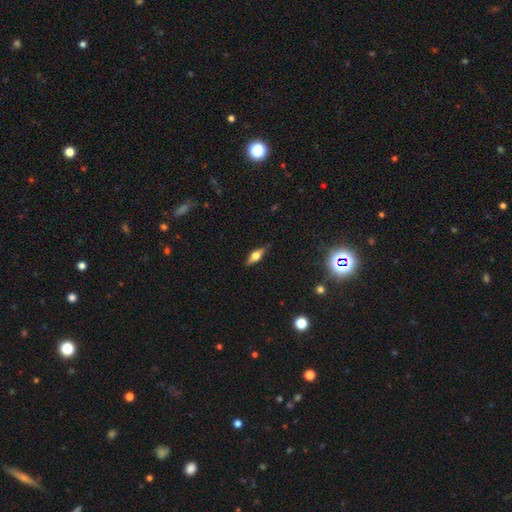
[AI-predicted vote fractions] A featured or disk galaxy (56%) viewed edge-on (93%) with a rounded central bulge (92%).

Vote fractions:
- Smooth or featured? featured or disk: 56% / smooth: 35% / star or artifact: 8%
- Edge-on disk? yes: 93% / no: 7%
- Edge-on bulge? rounded: 92% / boxy: 7% / none: 2%
- Merging? none: 85% / minor disturbance: 12% / major disturbance: 2% / merger: 1%